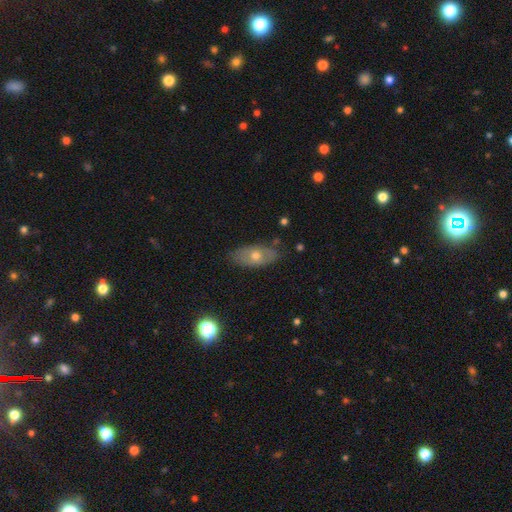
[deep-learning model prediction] Overall: smooth (54%; featured or disk 39%). How rounded: in between (86%). Merging: none (78%).